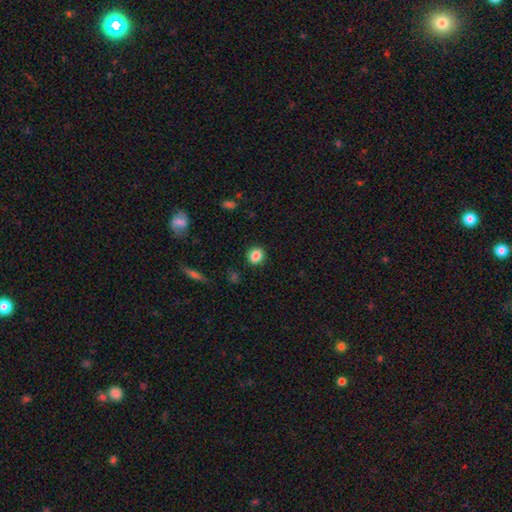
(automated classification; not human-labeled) Smooth or featured? Predicted: smooth (p=0.86). How rounded? Predicted: round (p=0.76). Merging? Predicted: none (p=0.89).